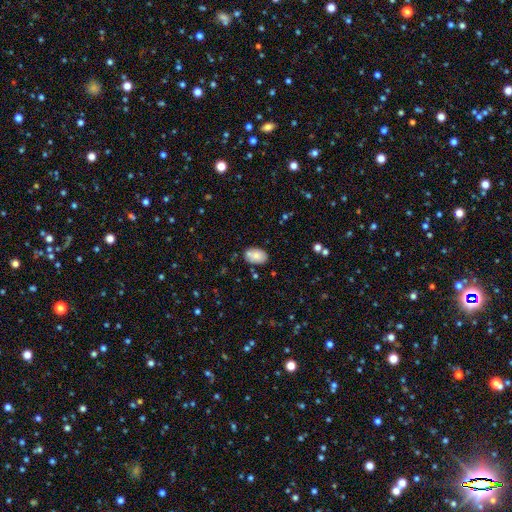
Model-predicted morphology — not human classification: smooth 76%, featured or disk 16%, star or artifact 8%. Down the decision tree: how rounded — in between (88%); merging — none (69%).